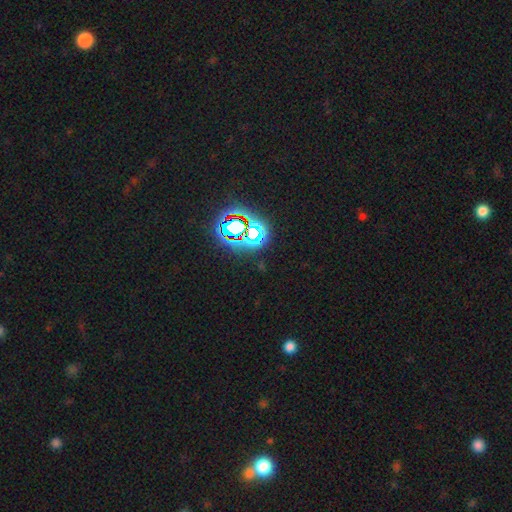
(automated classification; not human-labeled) A star or artifact, not a galaxy (77%).